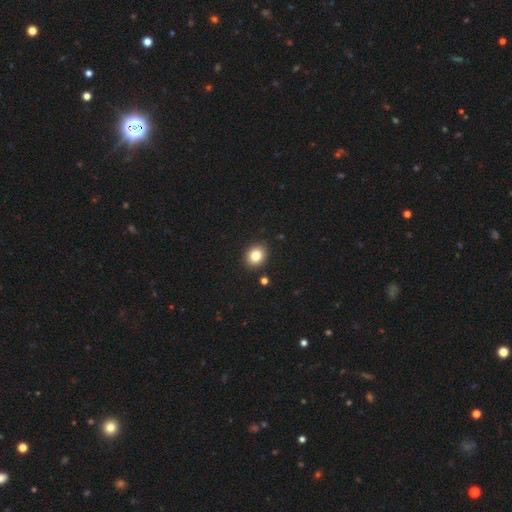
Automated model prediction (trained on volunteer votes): Smooth or featured: smooth — 82% (star or artifact — 10%)
How rounded: round — 63% (in between — 37%)
Merging: none — 90% (minor disturbance — 7%)